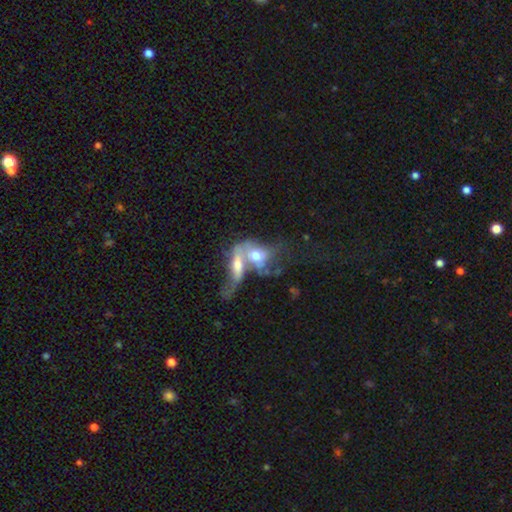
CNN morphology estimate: smooth 46%, featured or disk 45%, star or artifact 9%. Down the decision tree: merging — merger (77%).